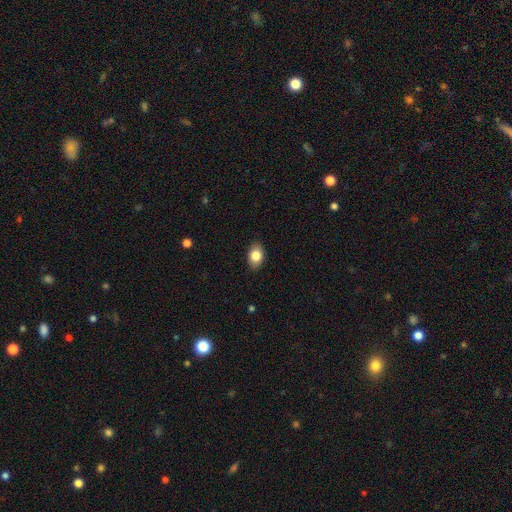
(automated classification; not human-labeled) This appears to be a smooth galaxy with no disk features (82%) that is in between round and cigar-shaped (84%). Merging: none (87%).